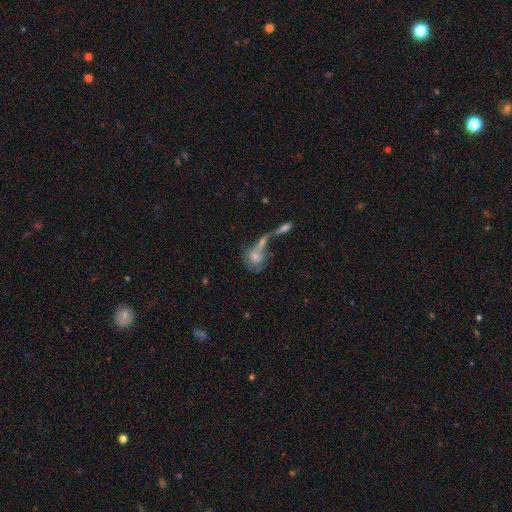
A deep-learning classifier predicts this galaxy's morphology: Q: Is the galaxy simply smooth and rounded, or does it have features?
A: smooth — 64%.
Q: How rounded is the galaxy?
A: round — 47%.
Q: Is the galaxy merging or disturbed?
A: merger — 58%.